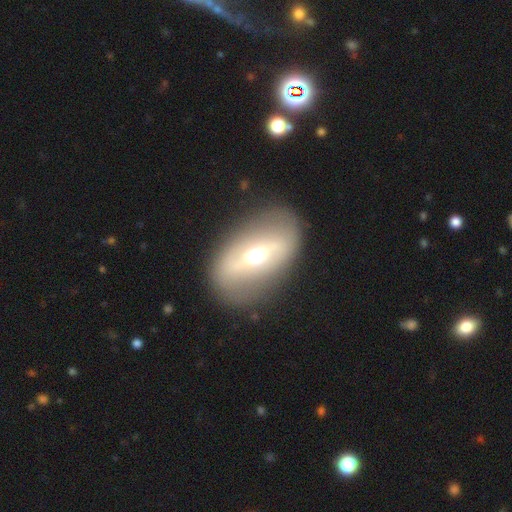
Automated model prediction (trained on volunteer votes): A featured or disk galaxy (60%) with a strong bar (53%), no spiral arms (74%) and a moderate central bulge (68%).

Vote fractions:
- Smooth or featured? featured or disk: 60% / smooth: 32% / star or artifact: 8%
- Edge-on disk? no: 85% / yes: 15%
- Bar? strong: 53% / weak: 28% / no: 19%
- Spiral arms? no: 74% / yes: 26%
- Bulge size? moderate: 68% / small: 21% / large: 9% / dominant: 2% / none: 1%
- Merging? none: 81% / minor disturbance: 12% / major disturbance: 5% / merger: 2%